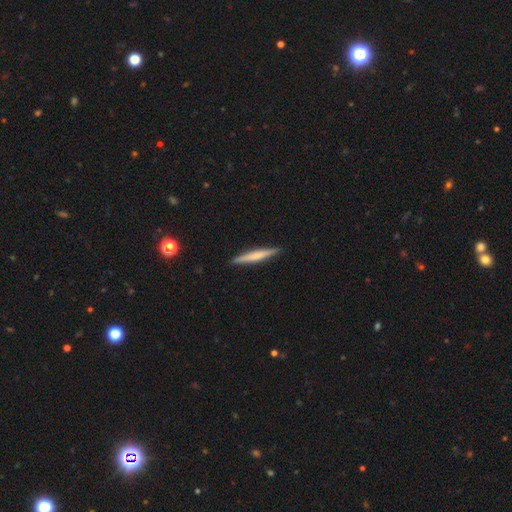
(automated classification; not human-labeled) The model was most divided on "smooth or featured": smooth: 57%, featured or disk: 38%, star or artifact: 5%. More confident: how rounded — cigar-shaped (95%); merging — none (91%).